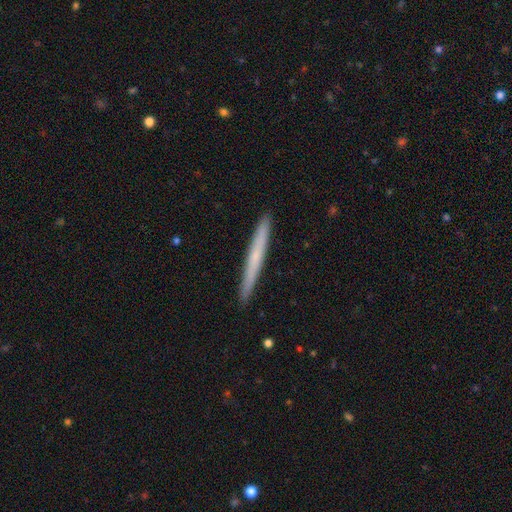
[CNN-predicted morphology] type=smooth (52%); roundness=cigar-shaped (97%); merging=none (92%).